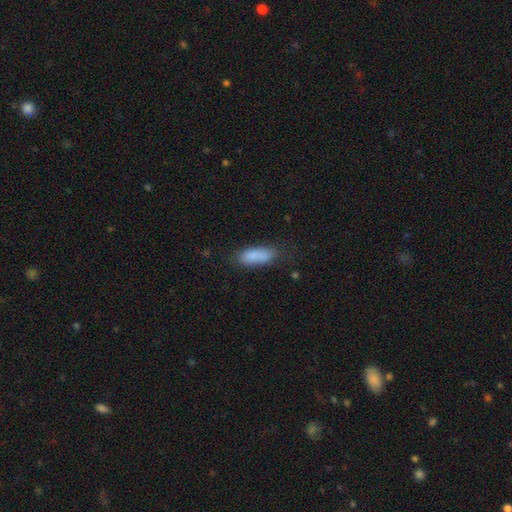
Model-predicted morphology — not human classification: This appears to be a smooth galaxy with no disk features (85%) that is in between round and cigar-shaped (71%). Merging: none (68%).